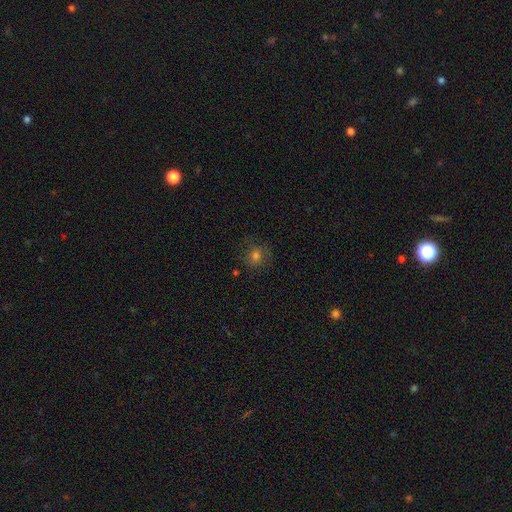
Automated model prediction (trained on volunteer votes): Smooth or featured? smooth (66%)
How rounded? round (78%)
Merging? none (76%)